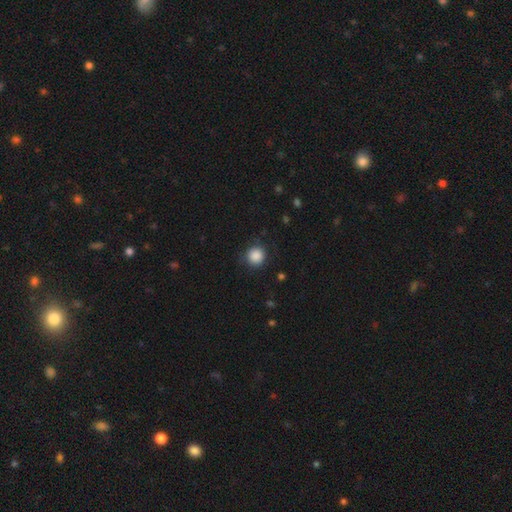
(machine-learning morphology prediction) A smooth galaxy with no disk features (87%) that is round (94%). Merging: none (85%).